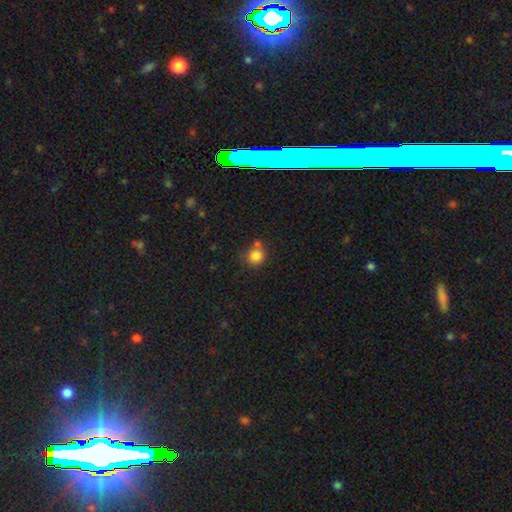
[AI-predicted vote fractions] A smooth galaxy with no disk features (82%) that is round (88%).

Vote fractions:
- Smooth or featured? smooth: 82% / star or artifact: 11% / featured or disk: 7%
- How rounded? round: 88% / in between: 11% / cigar-shaped: 1%
- Merging? none: 57% / merger: 25% / minor disturbance: 13% / major disturbance: 4%